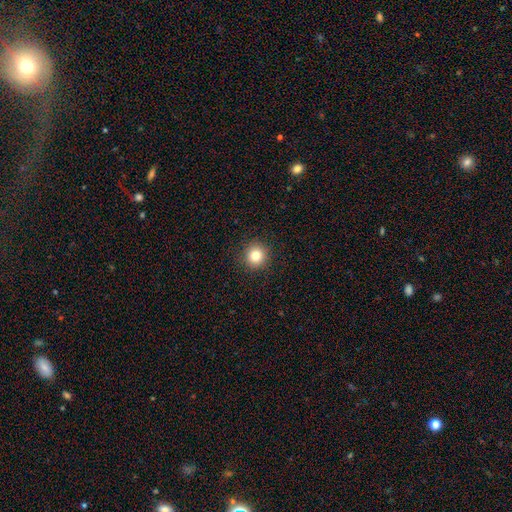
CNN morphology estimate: Smooth or featured? smooth (82%)
How rounded? round (92%)
Merging? none (92%)